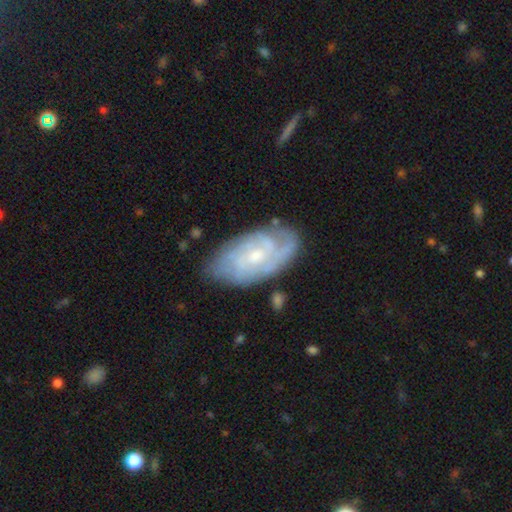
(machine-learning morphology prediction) The model was most divided on "bulge size": small: 55%, moderate: 39%, none: 3%, large: 2%, dominant: 1%. Remaining: edge-on disk — no (95%); spiral arms — yes (91%); smooth or featured — featured or disk (77%); merging — none (73%); spiral winding — tight (61%); bar — no (61%); spiral arm count — can't tell (43%).